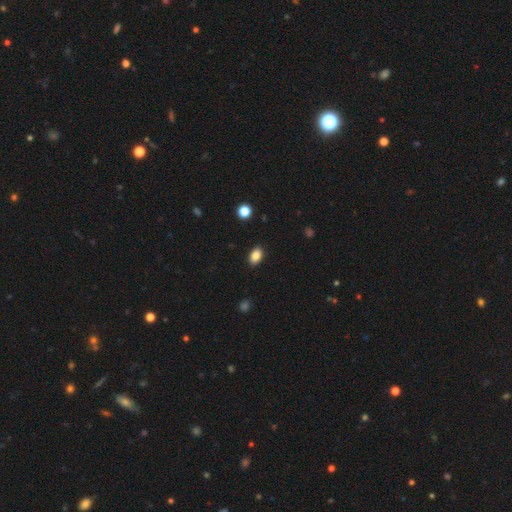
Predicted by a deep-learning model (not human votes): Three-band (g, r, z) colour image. It shows a smooth galaxy with no disk features (85%) that is in between round and cigar-shaped (87%). Merging: none (89%).